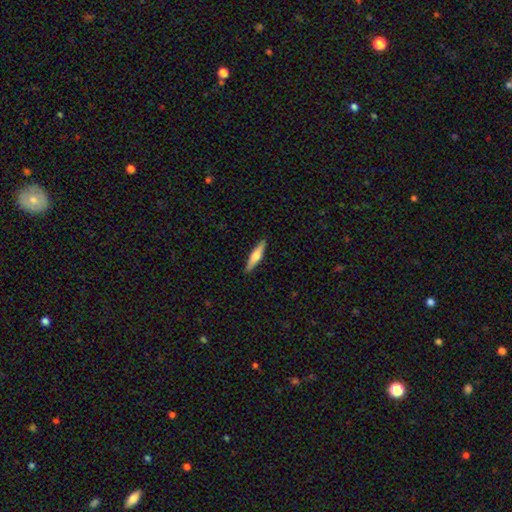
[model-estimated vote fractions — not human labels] Smooth or featured?
  - smooth: 53% *
  - featured or disk: 42%
  - star or artifact: 5%
How rounded?
  - cigar-shaped: 82% *
  - in between: 16%
  - round: 2%
Merging?
  - none: 91% *
  - minor disturbance: 7%
  - major disturbance: 1%
  - merger: 1%